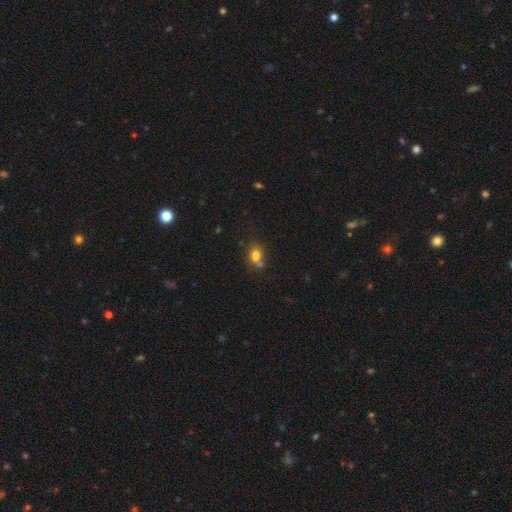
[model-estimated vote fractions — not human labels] Smooth or featured? smooth (79%)
How rounded? in between (56%)
Merging? none (51%)